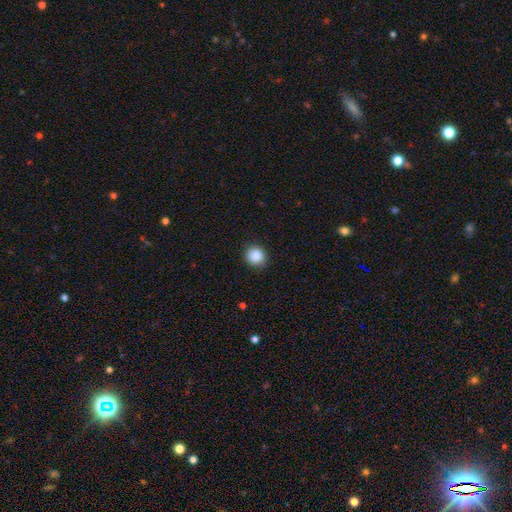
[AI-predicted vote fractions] Smooth or featured? smooth (87%)
How rounded? round (90%)
Merging? none (91%)